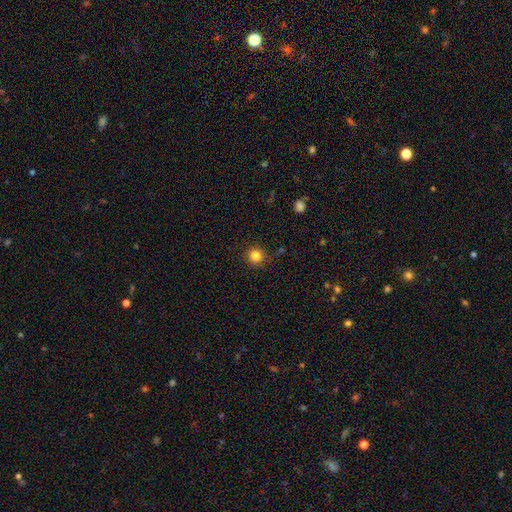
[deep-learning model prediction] This appears to be a smooth galaxy with no disk features (83%) that is round (95%). Merging: none (87%).